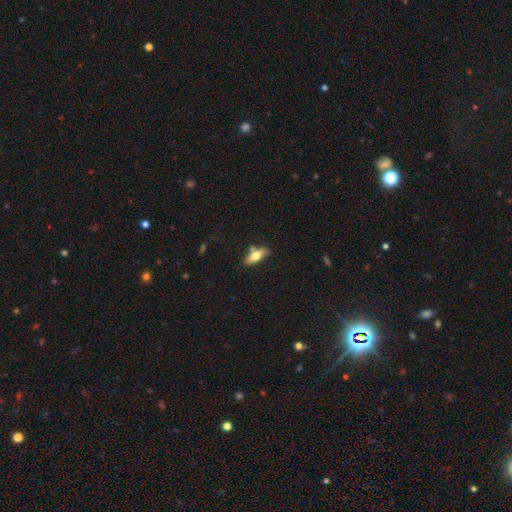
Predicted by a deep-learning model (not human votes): smooth_or_featured: smooth (p=0.66) [alt: featured or disk p=0.28]
how_rounded: in between (p=0.72) [alt: cigar-shaped p=0.25]
merging: none (p=0.67) [alt: minor disturbance p=0.19]